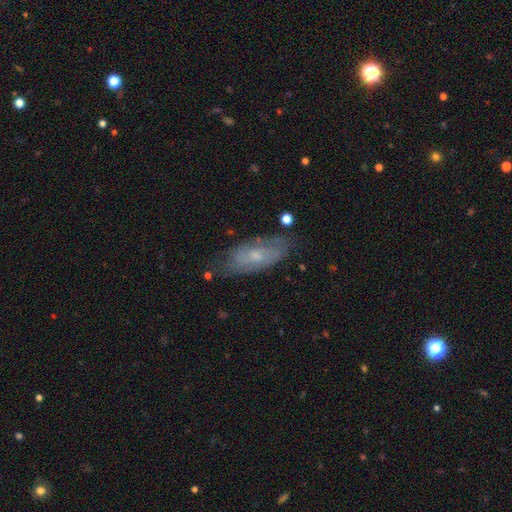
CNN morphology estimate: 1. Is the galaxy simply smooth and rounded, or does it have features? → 53% featured or disk, 39% smooth, 9% star or artifact.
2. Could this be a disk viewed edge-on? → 82% no, 18% yes.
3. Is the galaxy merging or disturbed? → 68% none, 23% minor disturbance, 7% major disturbance, 3% merger.